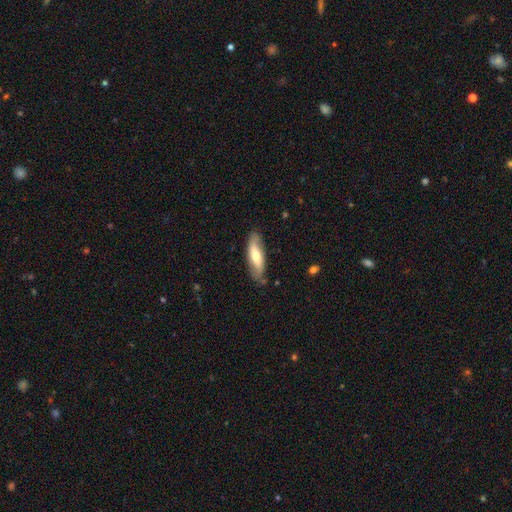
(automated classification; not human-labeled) Q: Smooth or featured?
A: smooth (55%); runner-up: featured or disk (39%)
Q: How rounded?
A: in between (51%); runner-up: cigar-shaped (47%)
Q: Merging?
A: none (80%); runner-up: minor disturbance (15%)